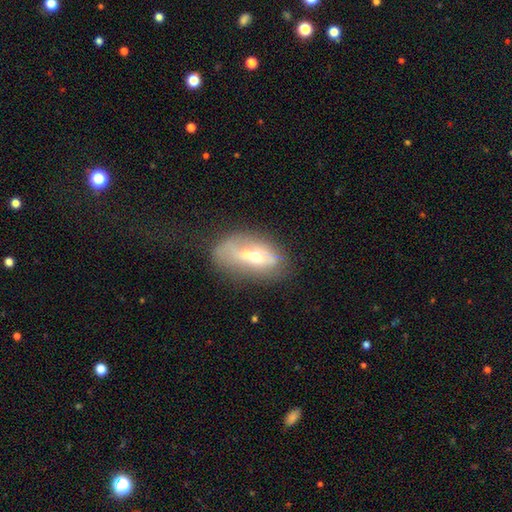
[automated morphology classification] Smooth or featured: featured or disk — 46% (smooth — 44%)
Merging: merger — 43% (none — 26%)